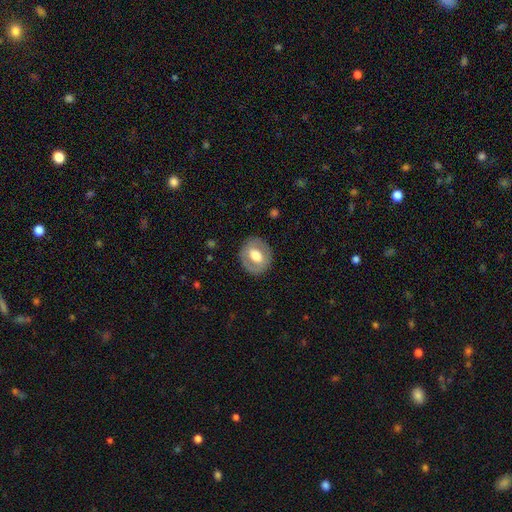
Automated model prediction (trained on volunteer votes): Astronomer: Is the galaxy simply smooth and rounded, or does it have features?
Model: smooth — 52% (runner-up: featured or disk, 41%).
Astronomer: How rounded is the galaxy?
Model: round — 65%.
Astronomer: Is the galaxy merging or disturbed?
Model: none — 83%.